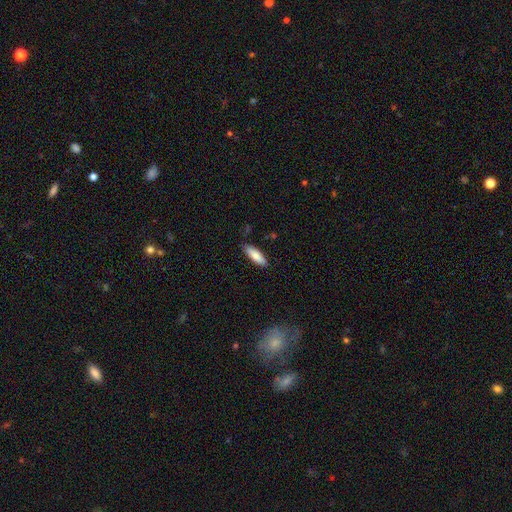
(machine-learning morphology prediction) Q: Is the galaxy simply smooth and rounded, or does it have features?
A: smooth — 81%.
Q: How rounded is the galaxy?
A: in between — 55%.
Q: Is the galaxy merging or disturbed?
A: none — 84%.